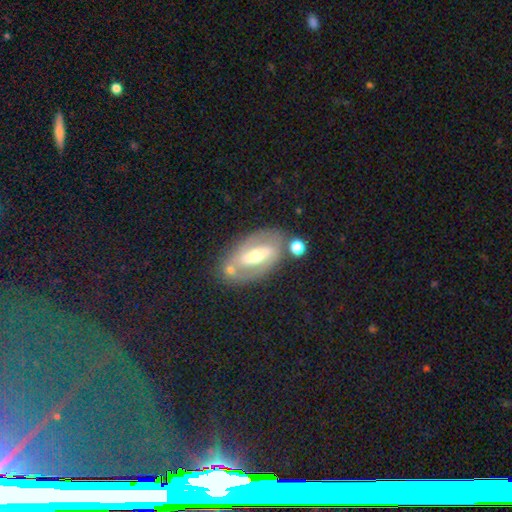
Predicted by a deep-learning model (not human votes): Q: Smooth or featured?
A: featured or disk (70%); runner-up: smooth (23%)
Q: Edge-on disk?
A: no (87%); runner-up: yes (13%)
Q: Bar?
A: strong (56%); runner-up: weak (27%)
Q: Spiral arms?
A: yes (52%); runner-up: no (48%)
Q: Bulge size?
A: moderate (62%); runner-up: small (28%)
Q: Merging?
A: none (70%); runner-up: minor disturbance (15%)